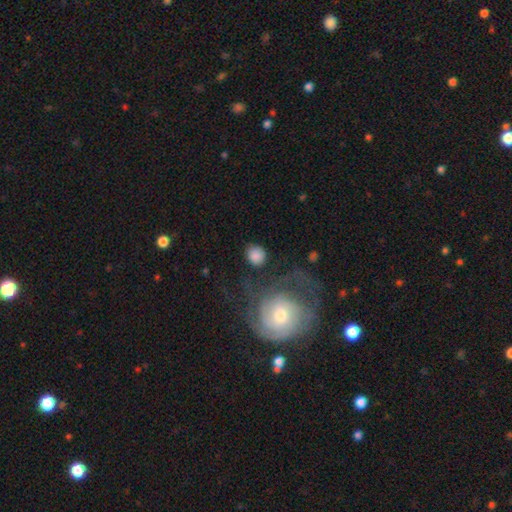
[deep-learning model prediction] A smooth galaxy with no disk features (82%) that is round (85%).

Vote fractions:
- Smooth or featured? smooth: 82% / featured or disk: 10% / star or artifact: 8%
- How rounded? round: 85% / in between: 14% / cigar-shaped: 1%
- Merging? none: 75% / minor disturbance: 12% / major disturbance: 8% / merger: 5%